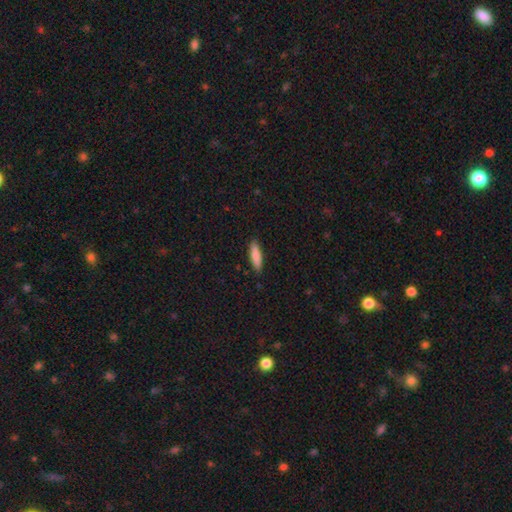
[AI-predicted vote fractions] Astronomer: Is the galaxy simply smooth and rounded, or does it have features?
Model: smooth — 84%.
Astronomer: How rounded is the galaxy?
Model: cigar-shaped — 69%.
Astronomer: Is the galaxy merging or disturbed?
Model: none — 88%.